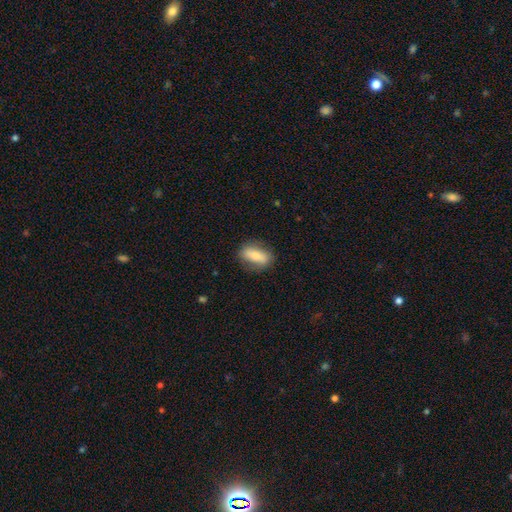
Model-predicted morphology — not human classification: Smooth or featured? Predicted: smooth (p=0.71). How rounded? Predicted: in between (p=0.80). Merging? Predicted: none (p=0.81).